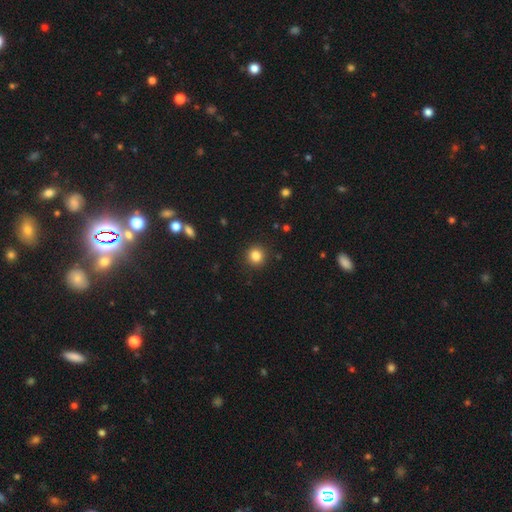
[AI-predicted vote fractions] Overall: smooth (84%). How rounded: round (93%). Merging: none (91%).